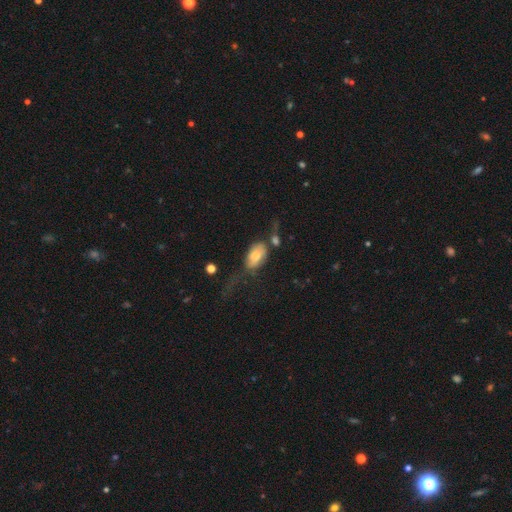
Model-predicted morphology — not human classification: smooth-or-featured: smooth: 66% | featured or disk: 27% | star or artifact: 8%
  how-rounded: in between: 90% | round: 7% | cigar-shaped: 3%
  merging: major disturbance: 36% | none: 24% | minor disturbance: 21% | merger: 19%